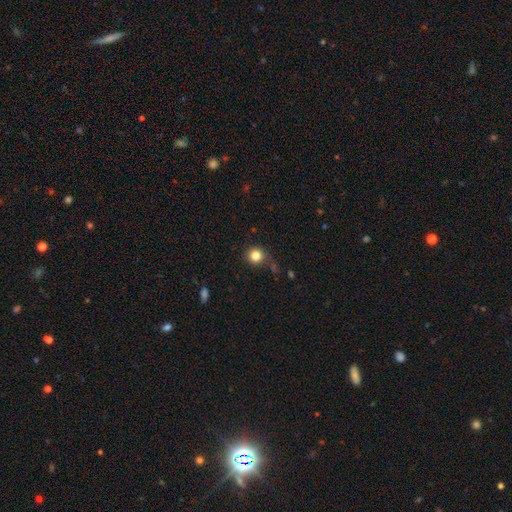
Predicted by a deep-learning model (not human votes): smooth-or-featured: smooth: 82% | star or artifact: 12% | featured or disk: 6%
  how-rounded: round: 92% | in between: 7% | cigar-shaped: 1%
  merging: none: 74% | minor disturbance: 15% | major disturbance: 6% | merger: 4%